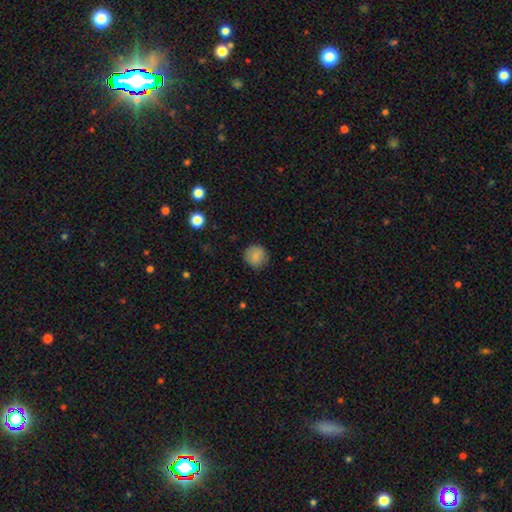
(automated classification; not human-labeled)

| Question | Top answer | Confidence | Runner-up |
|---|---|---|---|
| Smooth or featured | smooth | 85% | star or artifact (9%) |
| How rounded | round | 91% | in between (8%) |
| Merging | none | 83% | minor disturbance (13%) |